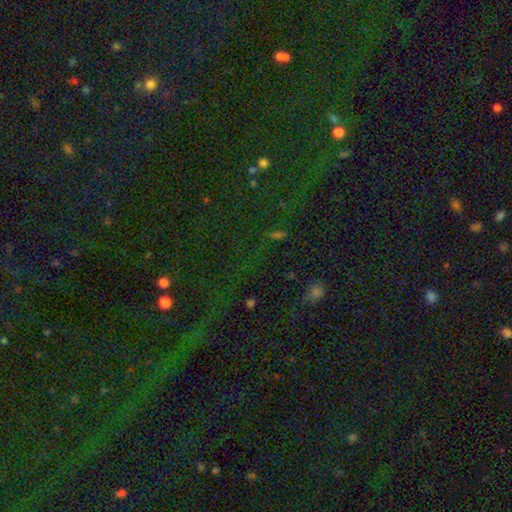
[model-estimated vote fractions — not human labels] Morphology: type=star or artifact (78%).